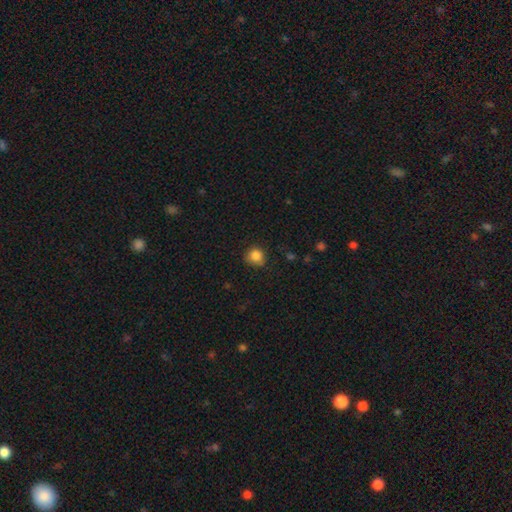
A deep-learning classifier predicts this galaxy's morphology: This is clearly a smooth galaxy (85%). How rounded: clearly round (86%). Merging: likely none (75%).